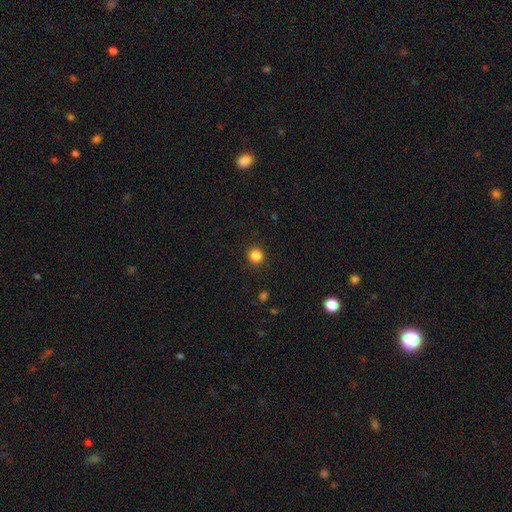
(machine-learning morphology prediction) smooth-or-featured: smooth: 85% | star or artifact: 12% | featured or disk: 3%
  how-rounded: round: 94% | in between: 5% | cigar-shaped: 1%
  merging: none: 92% | minor disturbance: 5% | major disturbance: 2% | merger: 1%